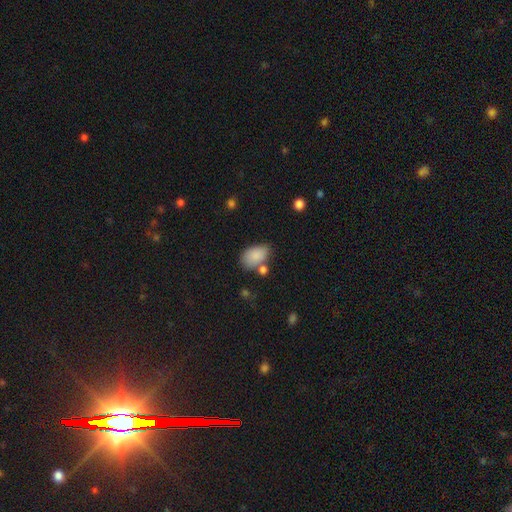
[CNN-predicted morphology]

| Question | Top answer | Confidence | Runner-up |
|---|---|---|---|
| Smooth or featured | smooth | 86% | star or artifact (7%) |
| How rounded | in between | 91% | round (7%) |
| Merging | none | 60% | minor disturbance (21%) |